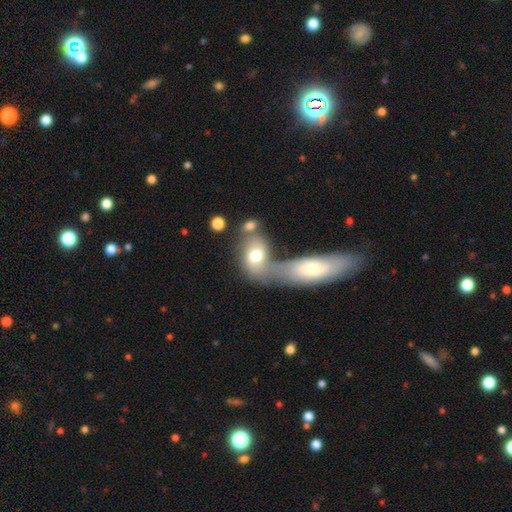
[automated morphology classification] The model was most divided on "merging": merger: 54%, none: 28%, minor disturbance: 10%, major disturbance: 8%. More confident: how rounded — in between (77%); smooth or featured — smooth (66%).